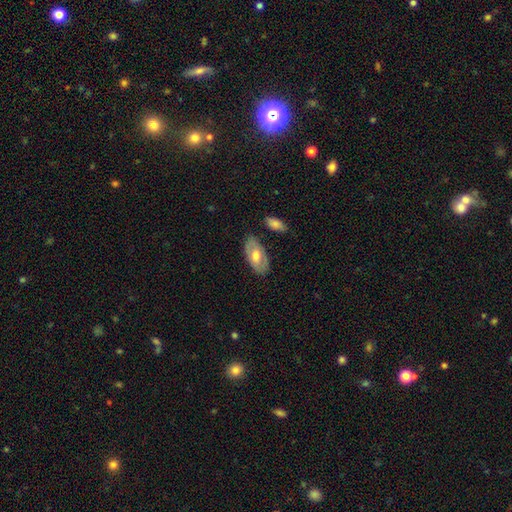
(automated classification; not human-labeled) smooth-or-featured: smooth: 55% | featured or disk: 40% | star or artifact: 5%
  how-rounded: in between: 94% | round: 3% | cigar-shaped: 3%
  merging: none: 78% | minor disturbance: 15% | major disturbance: 4% | merger: 3%